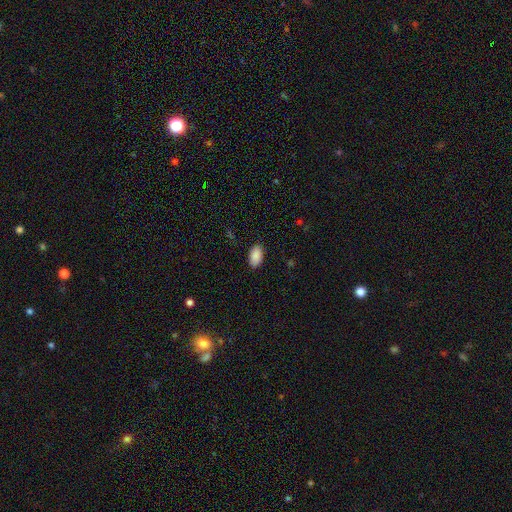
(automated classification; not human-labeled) smooth_or_featured: smooth (p=0.90) [alt: star or artifact p=0.07]
how_rounded: in between (p=0.94) [alt: round p=0.04]
merging: none (p=0.87) [alt: minor disturbance p=0.10]